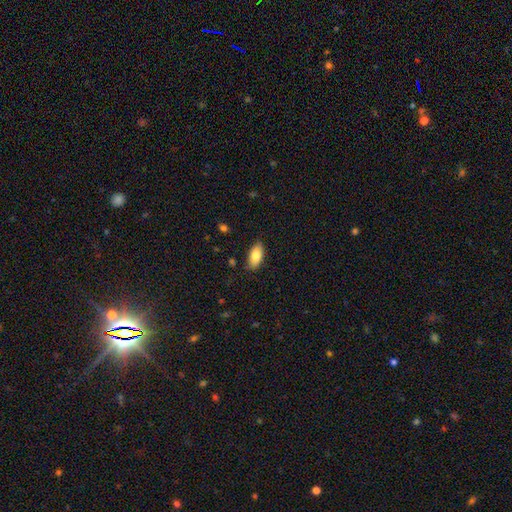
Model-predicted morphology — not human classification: This is likely a smooth galaxy (79%). How rounded: clearly in between (91%). Merging: clearly none (83%).